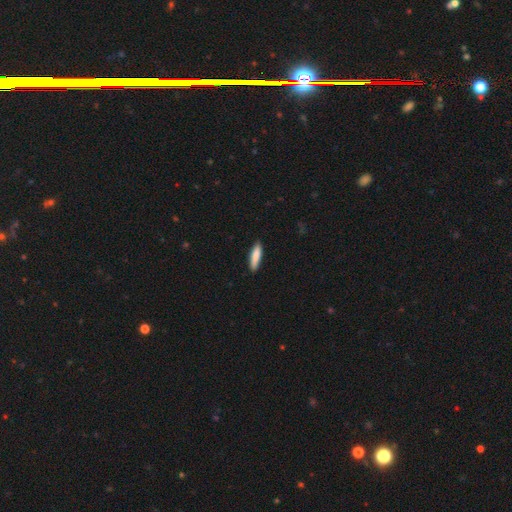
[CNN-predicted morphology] Smooth or featured? smooth (84%)
How rounded? cigar-shaped (74%)
Merging? none (86%)